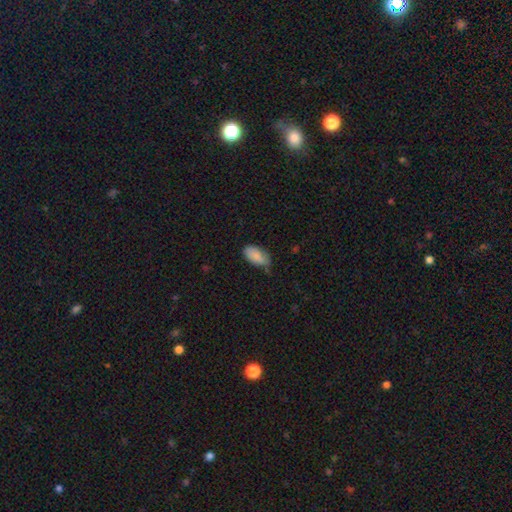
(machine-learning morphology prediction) A smooth galaxy with no disk features (86%) that is in between round and cigar-shaped (94%). Merging: none (58%).